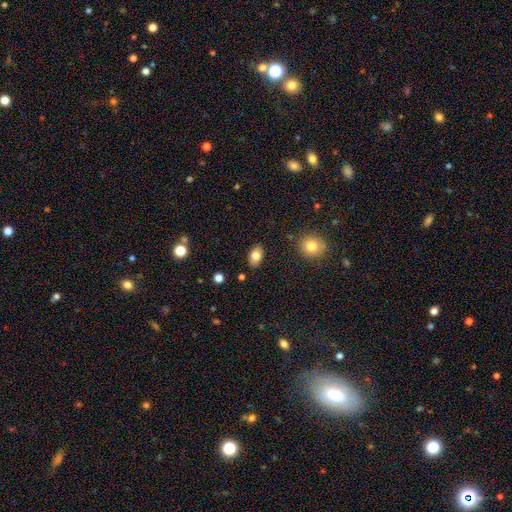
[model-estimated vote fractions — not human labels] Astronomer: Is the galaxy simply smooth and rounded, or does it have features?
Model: smooth — 81%.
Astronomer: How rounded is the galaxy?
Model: in between — 89%.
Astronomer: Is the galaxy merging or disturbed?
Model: none — 87%.